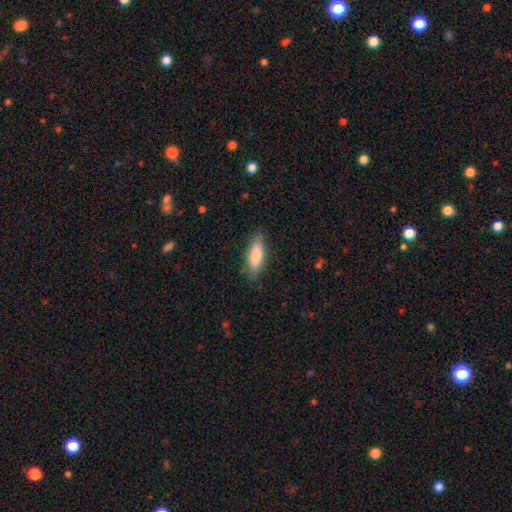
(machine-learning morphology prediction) Smooth or featured? Predicted: smooth (p=0.82). How rounded? Predicted: in between (p=0.62). Merging? Predicted: none (p=0.84).